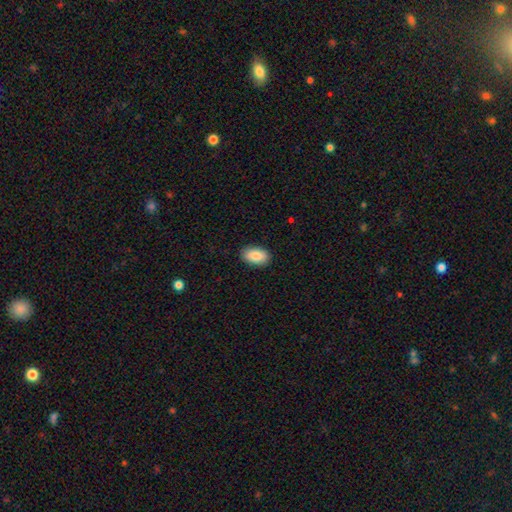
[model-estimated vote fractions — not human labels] A smooth galaxy with no disk features (86%) that is in between round and cigar-shaped (93%).

Vote fractions:
- Smooth or featured? smooth: 86% / featured or disk: 7% / star or artifact: 7%
- How rounded? in between: 93% / round: 5% / cigar-shaped: 2%
- Merging? none: 89% / minor disturbance: 8% / major disturbance: 2% / merger: 1%